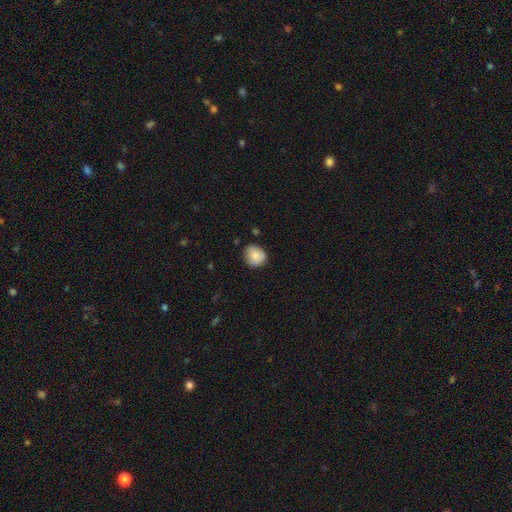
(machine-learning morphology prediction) A smooth galaxy with no disk features (82%) that is round (79%). Merging: none (77%).